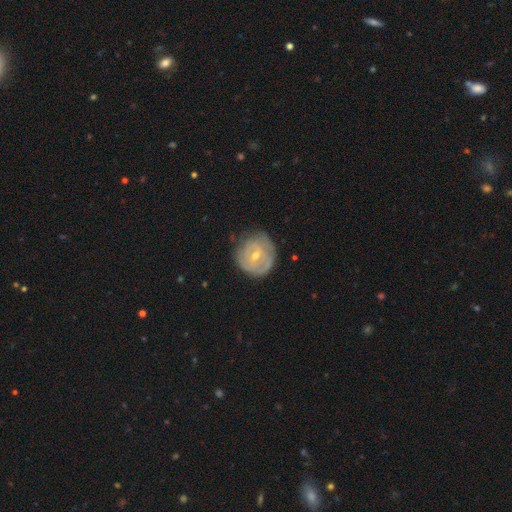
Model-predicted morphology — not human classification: Smooth or featured: featured or disk — 65% (smooth — 29%)
Edge-on disk: no — 97% (yes — 3%)
Bar: weak — 48% (no — 40%)
Spiral arms: yes — 68% (no — 32%)
Bulge size: moderate — 51% (small — 46%)
Merging: none — 70% (minor disturbance — 22%)